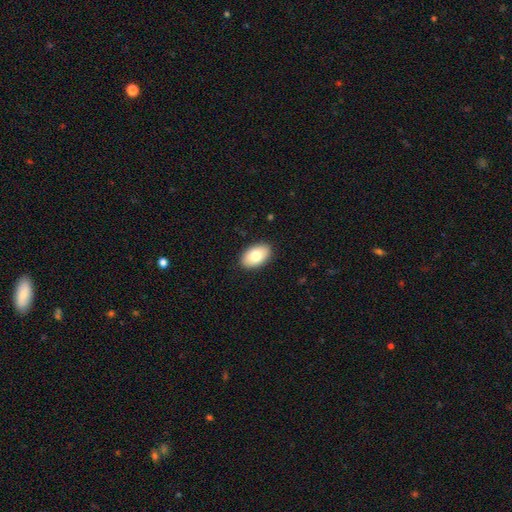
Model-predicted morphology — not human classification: smooth_or_featured: smooth (p=0.82) [alt: featured or disk p=0.12]
how_rounded: in between (p=0.94) [alt: round p=0.05]
merging: none (p=0.89) [alt: minor disturbance p=0.08]